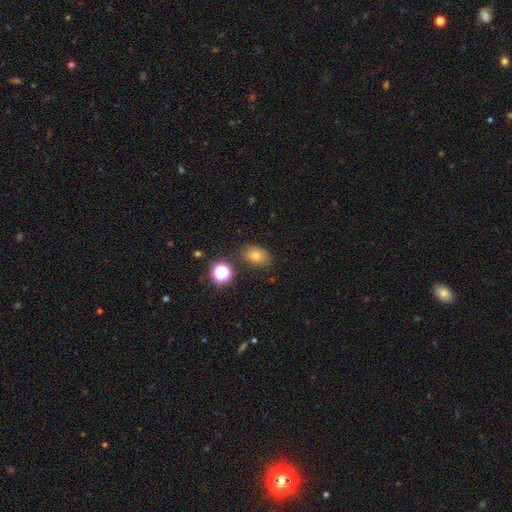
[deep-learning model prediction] Morphology: type=smooth (66%); roundness=in between (71%); merging=none (81%).